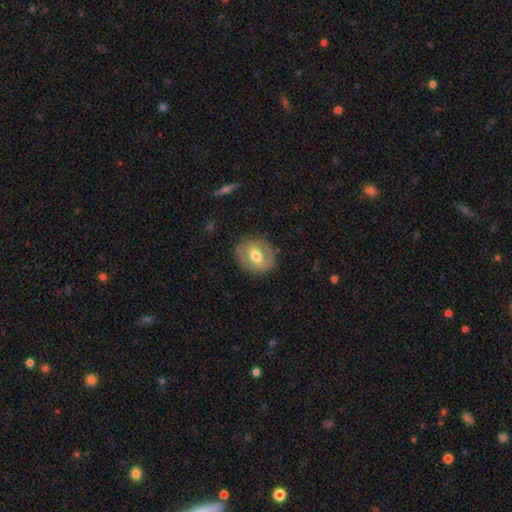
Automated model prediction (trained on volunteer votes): featured or disk 48%, smooth 45%, star or artifact 7%. Down the decision tree: merging — none (83%).